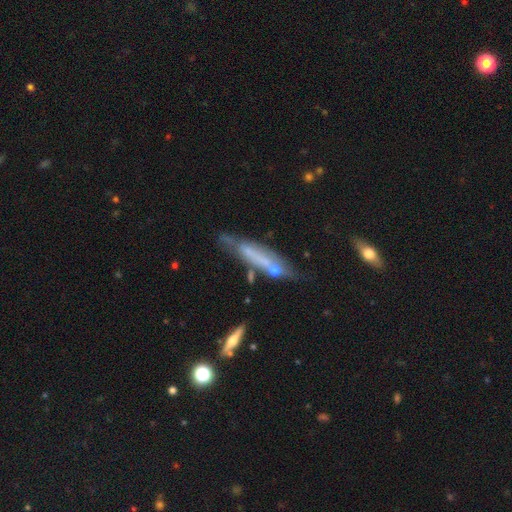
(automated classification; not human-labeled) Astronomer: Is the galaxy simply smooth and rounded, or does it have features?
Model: featured or disk — 49% (runner-up: smooth, 42%).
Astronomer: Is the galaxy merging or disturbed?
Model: none — 47% (runner-up: minor disturbance, 27%).